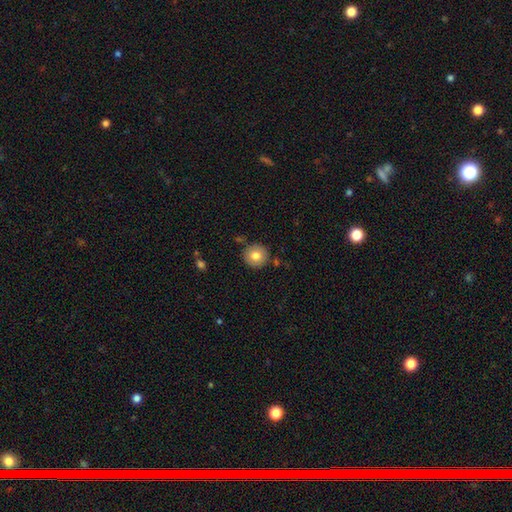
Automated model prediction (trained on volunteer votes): Smooth or featured?
  - smooth: 80% *
  - featured or disk: 12%
  - star or artifact: 9%
How rounded?
  - round: 93% *
  - in between: 6%
  - cigar-shaped: 1%
Merging?
  - none: 85% *
  - minor disturbance: 9%
  - merger: 4%
  - major disturbance: 2%